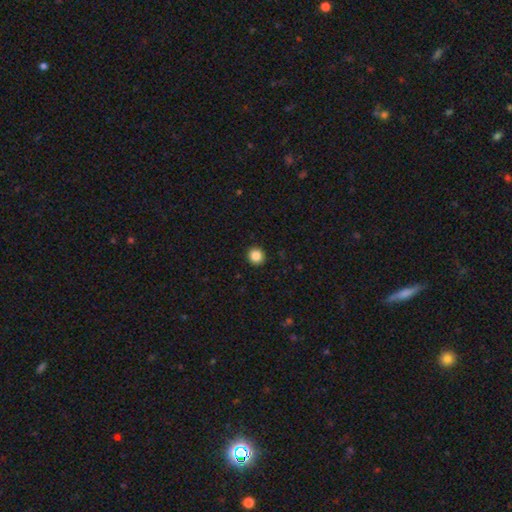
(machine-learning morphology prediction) This appears to be a smooth galaxy with no disk features (86%) that is round (93%). Merging: none (94%).